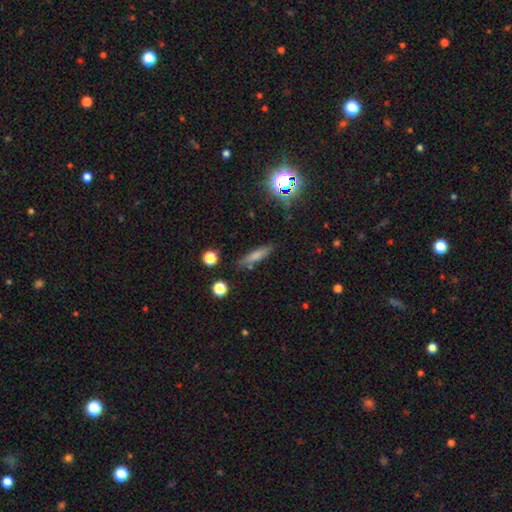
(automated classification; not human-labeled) smooth 69%, featured or disk 19%, star or artifact 12%. Down the decision tree: how rounded — cigar-shaped (76%); merging — none (80%).